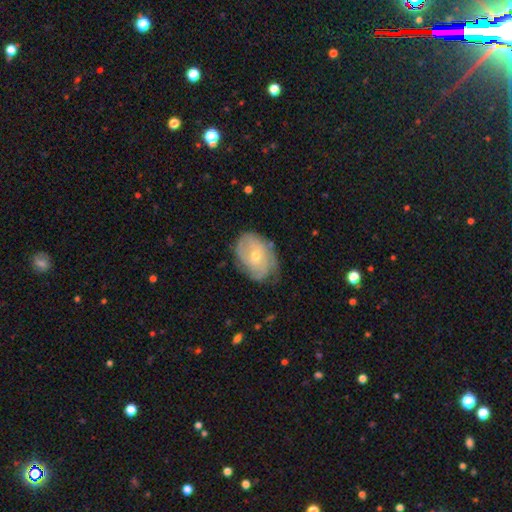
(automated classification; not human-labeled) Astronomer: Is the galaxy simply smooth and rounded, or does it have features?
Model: featured or disk — 74%.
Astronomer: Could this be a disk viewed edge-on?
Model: no — 96%.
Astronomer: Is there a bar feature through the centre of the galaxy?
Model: no — 74%.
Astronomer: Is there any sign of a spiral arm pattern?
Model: yes — 87%.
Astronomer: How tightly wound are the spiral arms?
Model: tight — 63%.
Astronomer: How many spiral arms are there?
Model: can't tell — 44% (runner-up: 2, 21%).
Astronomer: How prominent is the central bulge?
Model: small — 55% (runner-up: moderate, 42%).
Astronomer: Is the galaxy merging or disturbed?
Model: none — 66%.